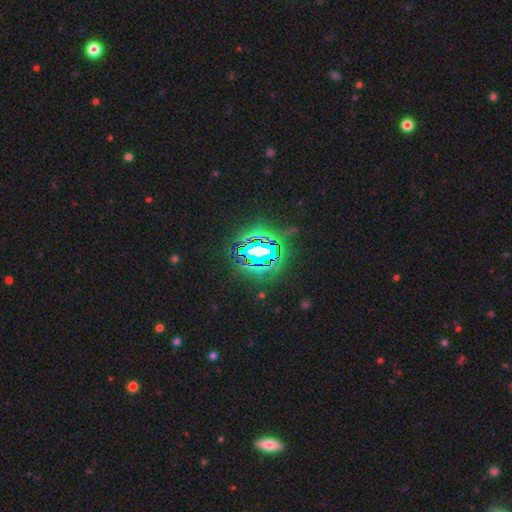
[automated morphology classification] This is clearly a star or artifact rather than a galaxy (82%).